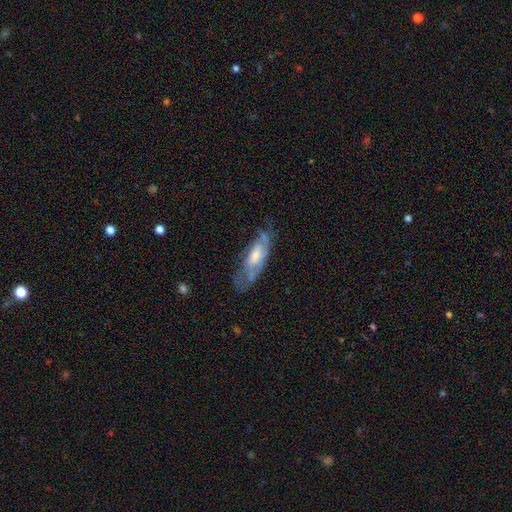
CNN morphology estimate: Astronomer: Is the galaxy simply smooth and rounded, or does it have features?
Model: featured or disk — 61%.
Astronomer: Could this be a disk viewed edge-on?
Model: no — 77%.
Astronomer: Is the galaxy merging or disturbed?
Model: none — 52% (runner-up: minor disturbance, 28%).